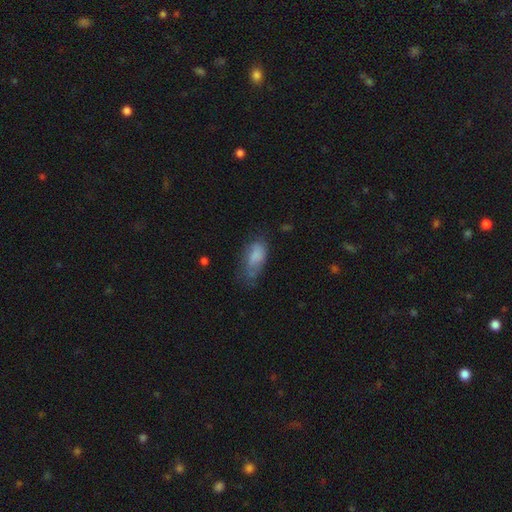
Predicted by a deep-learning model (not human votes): smooth 77%, featured or disk 14%, star or artifact 8%. Down the decision tree: how rounded — in between (88%); merging — none (45%).